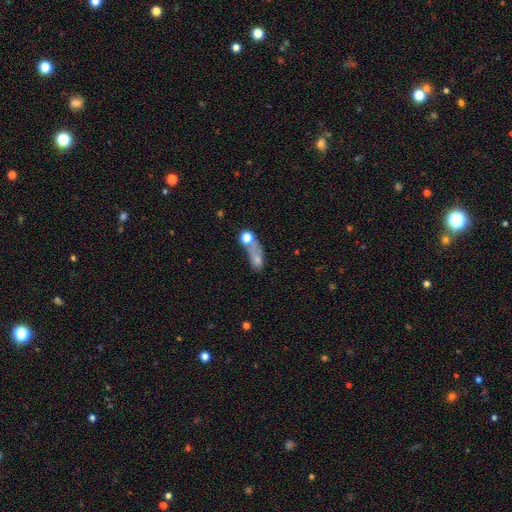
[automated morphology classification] Smooth or featured: smooth — 60% (featured or disk — 24%)
How rounded: in between — 54% (round — 27%)
Merging: merger — 37% (major disturbance — 26%)